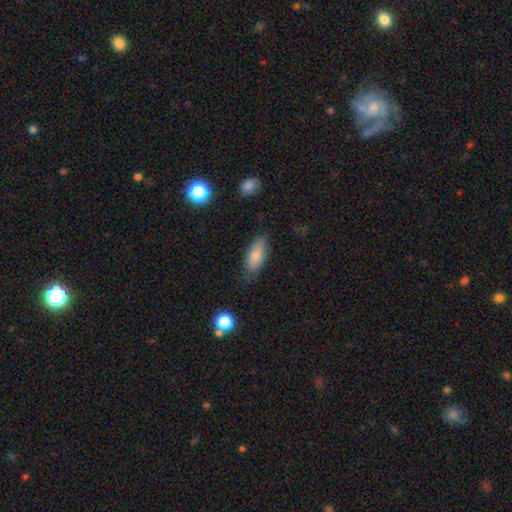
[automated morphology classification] A smooth galaxy with no disk features (77%) that is in between round and cigar-shaped (83%).

Vote fractions:
- Smooth or featured? smooth: 77% / featured or disk: 16% / star or artifact: 7%
- How rounded? in between: 83% / cigar-shaped: 15% / round: 2%
- Merging? none: 71% / minor disturbance: 22% / major disturbance: 5% / merger: 2%